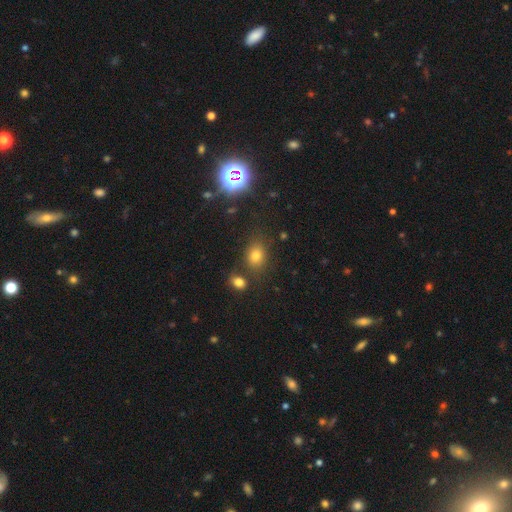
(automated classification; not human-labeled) A smooth galaxy with no disk features (72%) that is in between round and cigar-shaped (61%).

Vote fractions:
- Smooth or featured? smooth: 72% / star or artifact: 18% / featured or disk: 9%
- How rounded? in between: 61% / round: 37% / cigar-shaped: 1%
- Merging? none: 73% / minor disturbance: 13% / merger: 9% / major disturbance: 5%